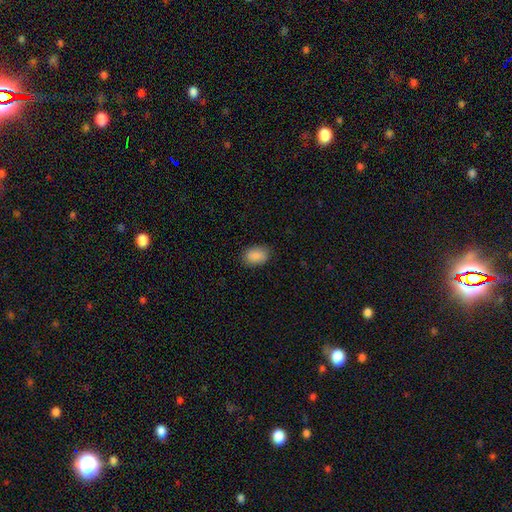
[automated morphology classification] smooth_or_featured: smooth (p=0.89) [alt: star or artifact p=0.07]
how_rounded: in between (p=0.87) [alt: round p=0.12]
merging: none (p=0.85) [alt: minor disturbance p=0.12]